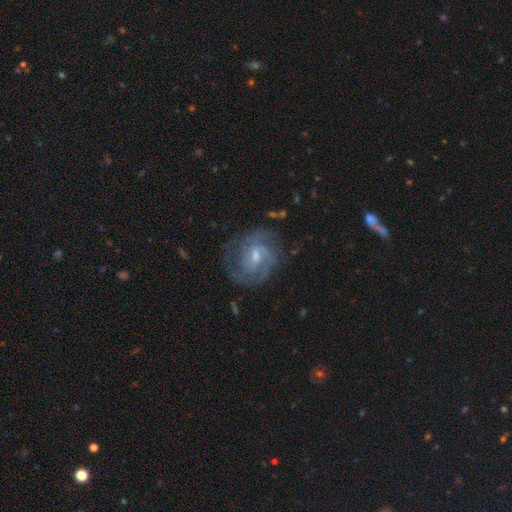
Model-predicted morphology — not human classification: smooth_or_featured: featured or disk (p=0.82) [alt: smooth p=0.12]
disk_edge_on: no (p=0.97) [alt: yes p=0.03]
bar: weak (p=0.61) [alt: no p=0.24]
has_spiral_arms: yes (p=0.93) [alt: no p=0.07]
spiral_winding: tight (p=0.46) [alt: medium p=0.42]
spiral_arm_count: 2 (p=0.37) [alt: can't tell p=0.27]
bulge_size: moderate (p=0.46) [alt: small p=0.45]
merging: none (p=0.68) [alt: minor disturbance p=0.19]